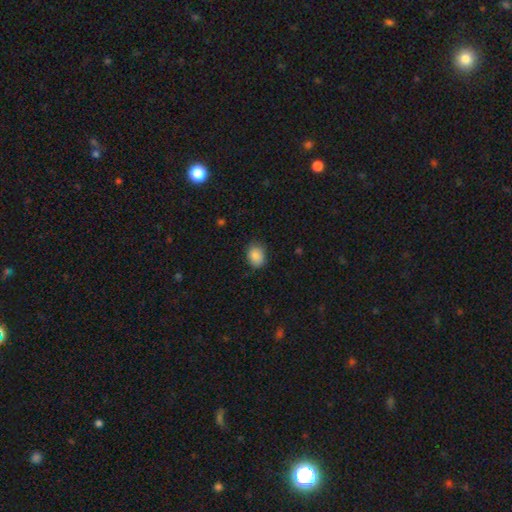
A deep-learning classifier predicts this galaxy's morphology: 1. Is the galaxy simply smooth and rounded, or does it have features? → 87% smooth, 8% star or artifact, 5% featured or disk.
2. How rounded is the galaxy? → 56% in between, 44% round, 1% cigar-shaped.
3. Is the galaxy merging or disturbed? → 75% none, 20% minor disturbance, 4% major disturbance, 1% merger.